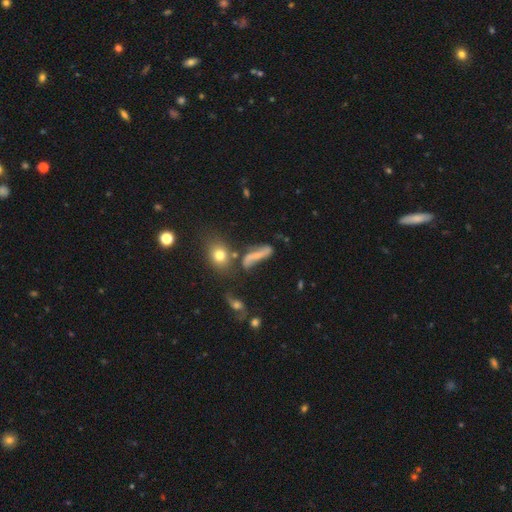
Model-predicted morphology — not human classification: A featured or disk galaxy (51%).

Vote fractions:
- Smooth or featured? featured or disk: 51% / smooth: 36% / star or artifact: 13%
- Edge-on disk? no: 79% / yes: 21%
- Merging? none: 48% / minor disturbance: 22% / major disturbance: 16% / merger: 14%